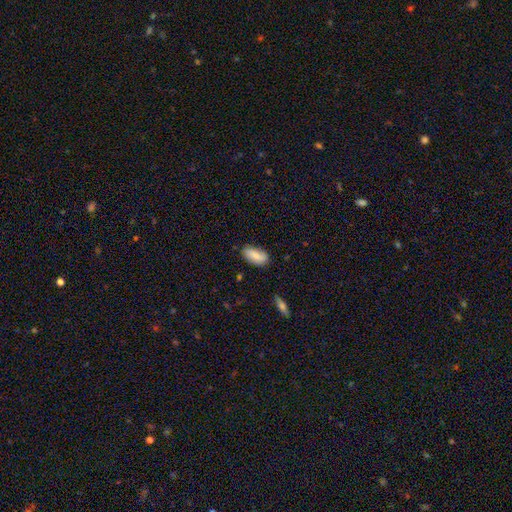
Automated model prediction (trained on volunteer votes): A smooth galaxy with no disk features (83%) that is in between round and cigar-shaped (92%). Merging: none (75%).